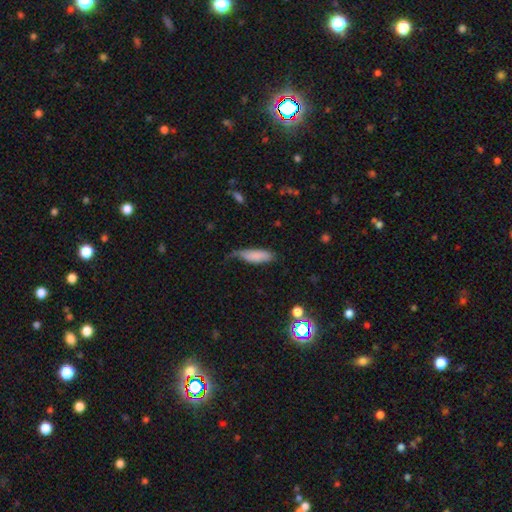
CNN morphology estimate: smooth-or-featured: smooth: 81% | featured or disk: 12% | star or artifact: 7%
  how-rounded: in between: 59% | cigar-shaped: 39% | round: 2%
  merging: minor disturbance: 42% | none: 41% | major disturbance: 14% | merger: 3%